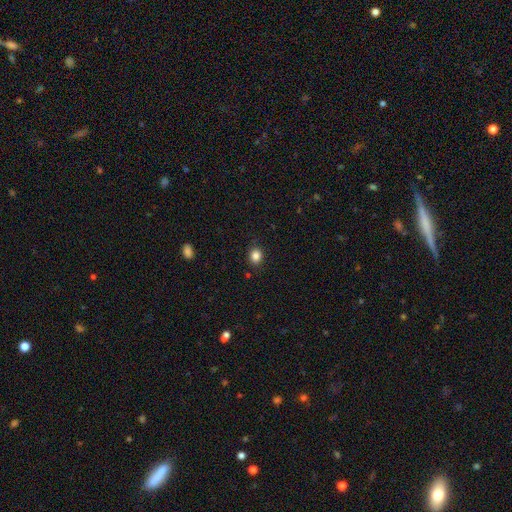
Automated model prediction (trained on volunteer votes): smooth 84%, star or artifact 11%, featured or disk 5%. Down the decision tree: how rounded — round (68%); merging — none (87%).